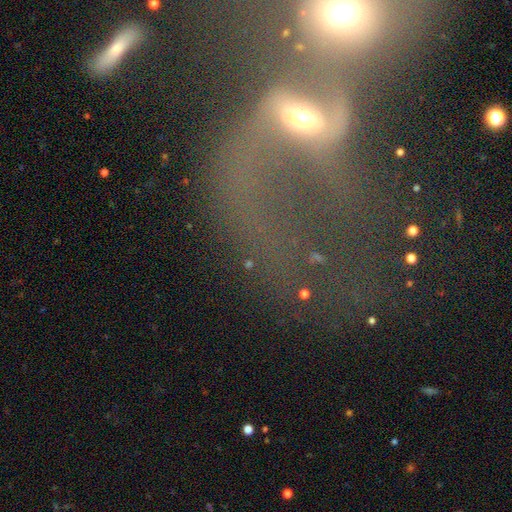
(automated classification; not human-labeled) smooth_or_featured: featured or disk (p=0.64) [alt: smooth p=0.21]
disk_edge_on: no (p=0.92) [alt: yes p=0.08]
bar: no (p=0.41) [alt: weak p=0.33]
has_spiral_arms: yes (p=0.63) [alt: no p=0.37]
bulge_size: moderate (p=0.53) [alt: small p=0.28]
merging: merger (p=0.59) [alt: major disturbance p=0.23]